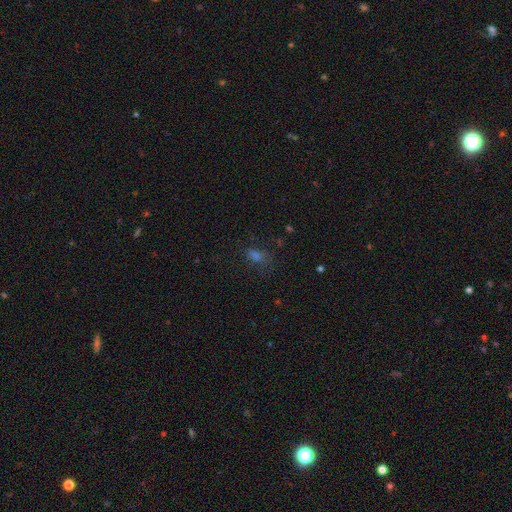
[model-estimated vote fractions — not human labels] A smooth galaxy with no disk features (55%) that is in between round and cigar-shaped (75%).

Vote fractions:
- Smooth or featured? smooth: 55% / star or artifact: 32% / featured or disk: 12%
- How rounded? in between: 75% / round: 19% / cigar-shaped: 5%
- Merging? none: 60% / minor disturbance: 20% / major disturbance: 16% / merger: 5%